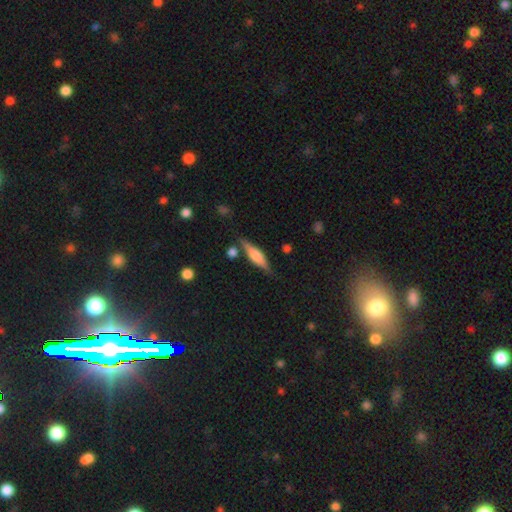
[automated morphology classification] Smooth or featured? featured or disk (50%)
Merging? none (79%)